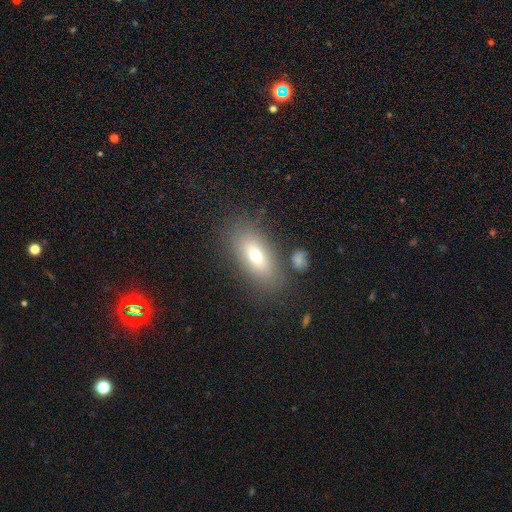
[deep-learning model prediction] A smooth galaxy with no disk features (66%) that is in between round and cigar-shaped (82%).

Vote fractions:
- Smooth or featured? smooth: 66% / featured or disk: 23% / star or artifact: 11%
- How rounded? in between: 82% / cigar-shaped: 10% / round: 8%
- Merging? none: 78% / minor disturbance: 12% / major disturbance: 5% / merger: 5%